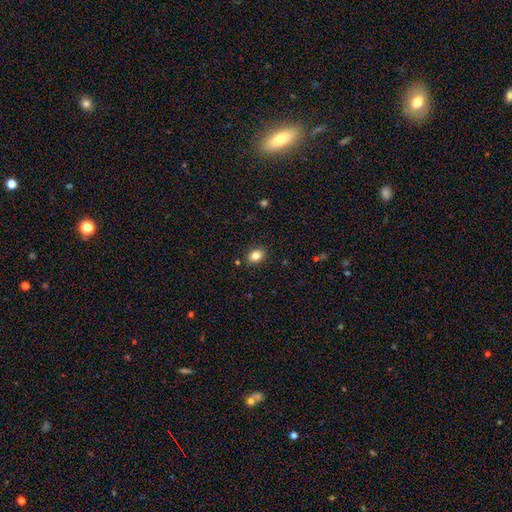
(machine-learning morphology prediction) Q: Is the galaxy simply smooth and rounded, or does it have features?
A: smooth — 83%.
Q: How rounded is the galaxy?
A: in between — 64%.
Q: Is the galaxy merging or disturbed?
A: none — 87%.